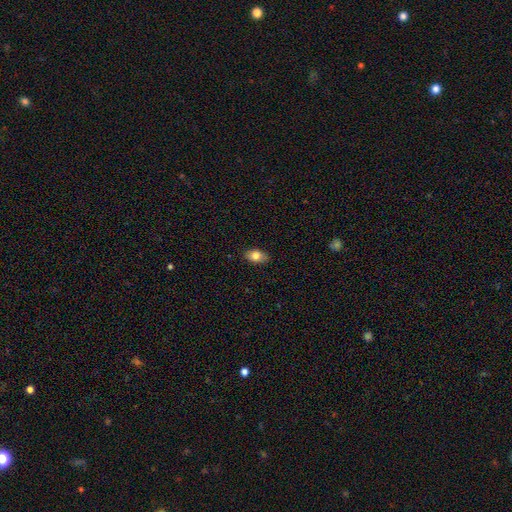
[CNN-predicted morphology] The model was most divided on "smooth or featured": smooth: 79%, featured or disk: 13%, star or artifact: 8%. More confident: how rounded — in between (88%); merging — none (86%).